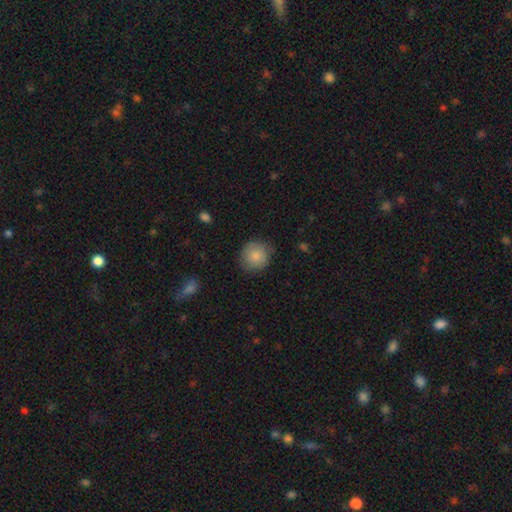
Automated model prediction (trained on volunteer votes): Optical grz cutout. It shows a smooth galaxy with no disk features (85%) that is round (92%). Merging: none (82%).